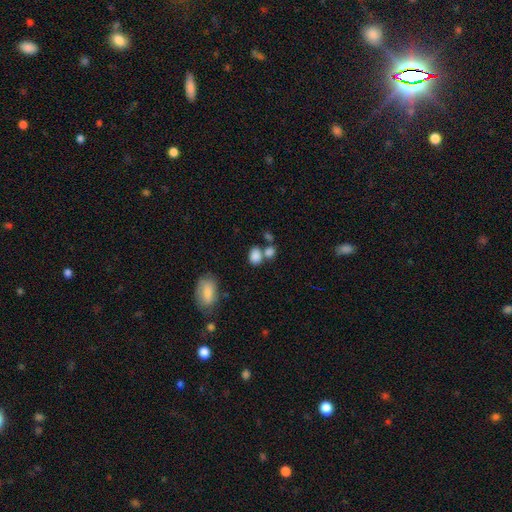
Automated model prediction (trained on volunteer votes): Smooth or featured: smooth — 84% (star or artifact — 9%)
How rounded: in between — 66% (round — 33%)
Merging: none — 46% (merger — 36%)